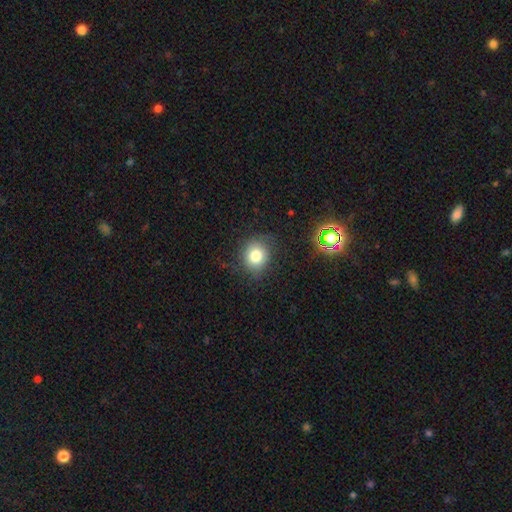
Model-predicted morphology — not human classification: type=smooth (77%); roundness=round (78%); merging=none (78%).